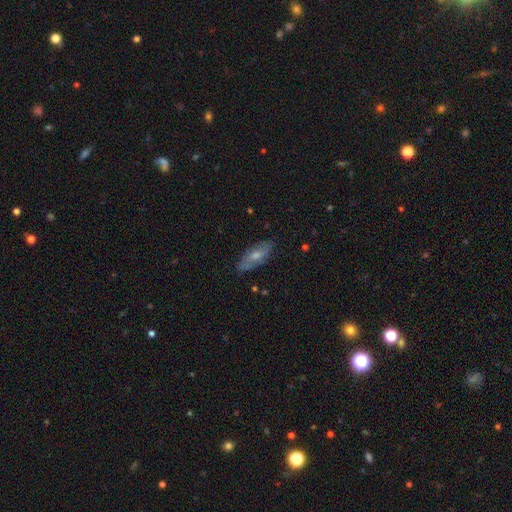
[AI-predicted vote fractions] The model was most divided on "smooth or featured": smooth: 51%, featured or disk: 43%, star or artifact: 7%. More confident: merging — none (79%); how rounded — in between (71%).